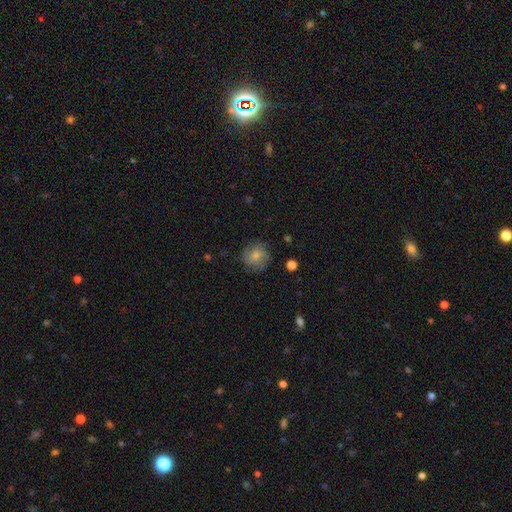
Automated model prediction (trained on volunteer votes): smooth-or-featured: smooth: 71% | featured or disk: 20% | star or artifact: 8%
  how-rounded: round: 89% | in between: 10% | cigar-shaped: 1%
  merging: none: 79% | minor disturbance: 15% | major disturbance: 4% | merger: 1%